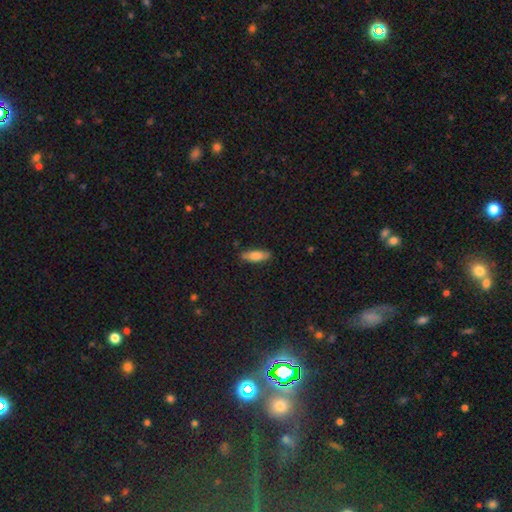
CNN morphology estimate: The model was most divided on "how rounded": in between: 59%, cigar-shaped: 39%, round: 2%. More confident: merging — none (85%); smooth or featured — smooth (76%).